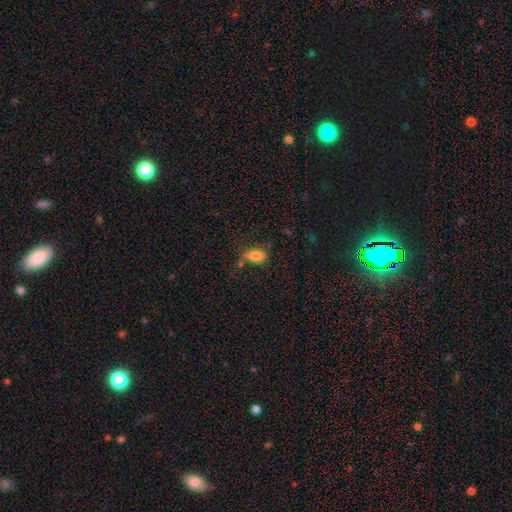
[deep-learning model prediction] Smooth or featured: smooth — 79% (featured or disk — 12%)
How rounded: in between — 86% (round — 10%)
Merging: none — 56% (minor disturbance — 25%)